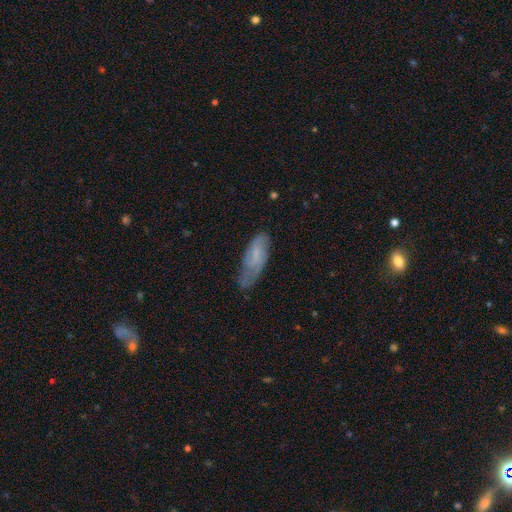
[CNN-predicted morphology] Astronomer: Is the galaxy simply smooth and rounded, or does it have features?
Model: featured or disk — 51% (runner-up: smooth, 41%).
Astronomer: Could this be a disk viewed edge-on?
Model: no — 87%.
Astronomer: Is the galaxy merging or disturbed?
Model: none — 48% (runner-up: minor disturbance, 35%).